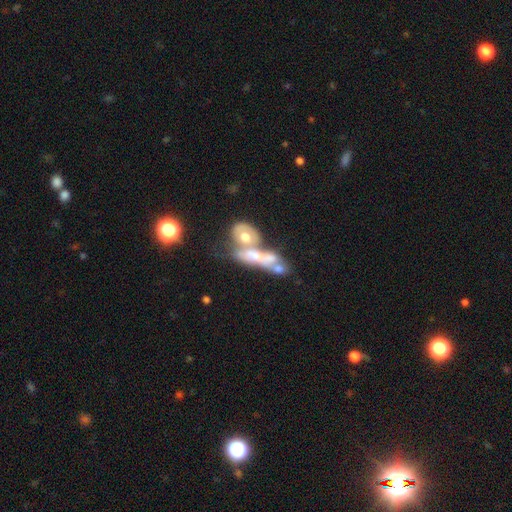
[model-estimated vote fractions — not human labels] smooth_or_featured: featured or disk (p=0.55) [alt: smooth p=0.32]
disk_edge_on: no (p=0.84) [alt: yes p=0.16]
merging: merger (p=0.66) [alt: none p=0.14]